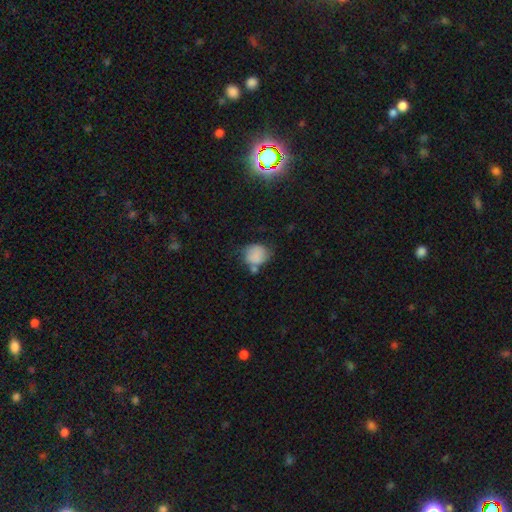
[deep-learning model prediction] Overall: smooth (81%). How rounded: round (65%; in between 34%). Merging: none (45%; minor disturbance 26%).